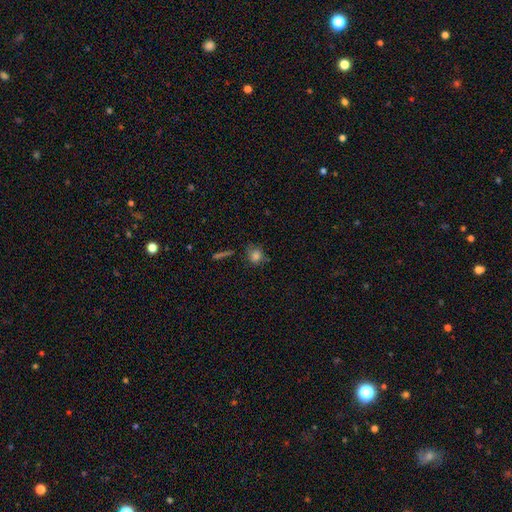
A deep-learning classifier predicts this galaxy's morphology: This appears to be a smooth galaxy with no disk features (78%) that is round (73%). Merging: none (68%).